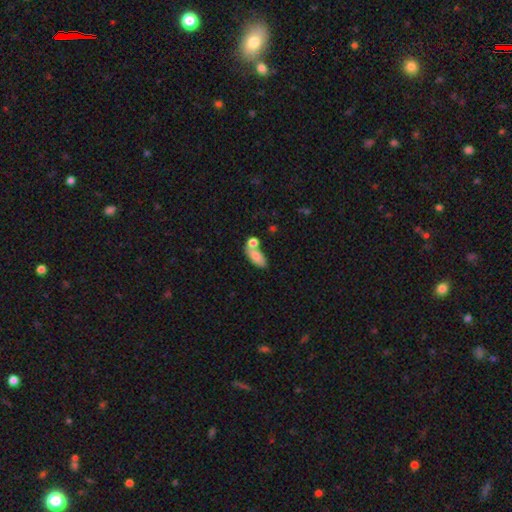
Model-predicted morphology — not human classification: Smooth or featured: smooth — 80% (featured or disk — 12%)
How rounded: in between — 84% (cigar-shaped — 11%)
Merging: none — 44% (merger — 34%)